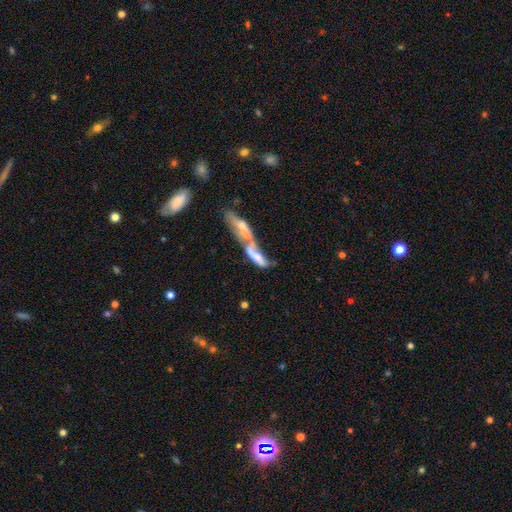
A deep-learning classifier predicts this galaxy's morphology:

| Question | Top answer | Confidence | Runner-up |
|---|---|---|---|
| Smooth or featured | smooth | 47% | featured or disk (45%) |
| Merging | merger | 78% | major disturbance (9%) |